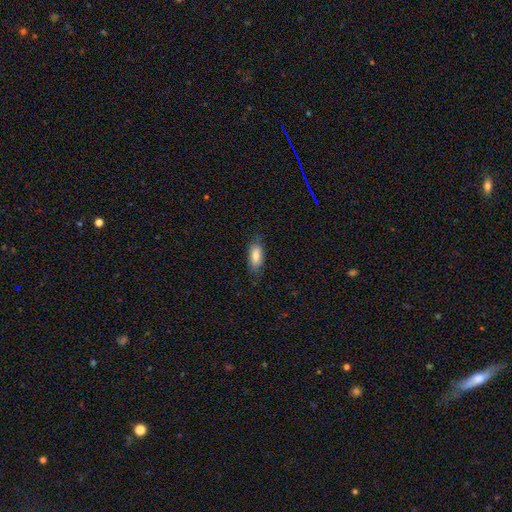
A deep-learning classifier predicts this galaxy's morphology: A smooth galaxy with no disk features (76%) that is in between round and cigar-shaped (78%). Merging: none (76%).